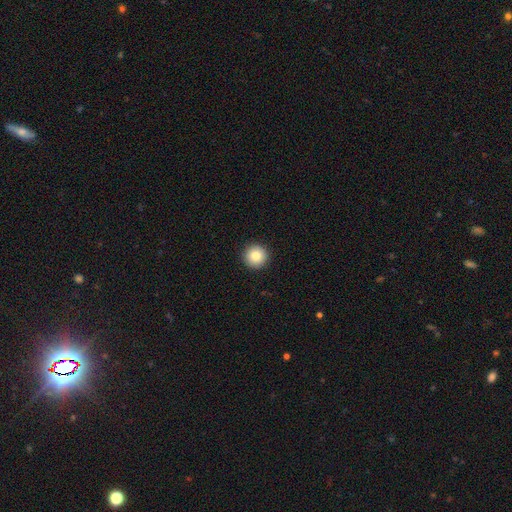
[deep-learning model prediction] smooth 84%, star or artifact 9%, featured or disk 7%. Down the decision tree: how rounded — round (96%); merging — none (93%).